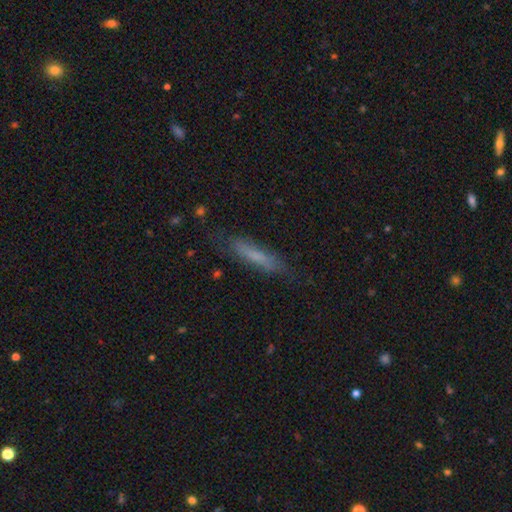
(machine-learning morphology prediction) smooth_or_featured: smooth (p=0.61) [alt: featured or disk p=0.30]
how_rounded: cigar-shaped (p=0.85) [alt: in between p=0.14]
merging: none (p=0.76) [alt: minor disturbance p=0.17]